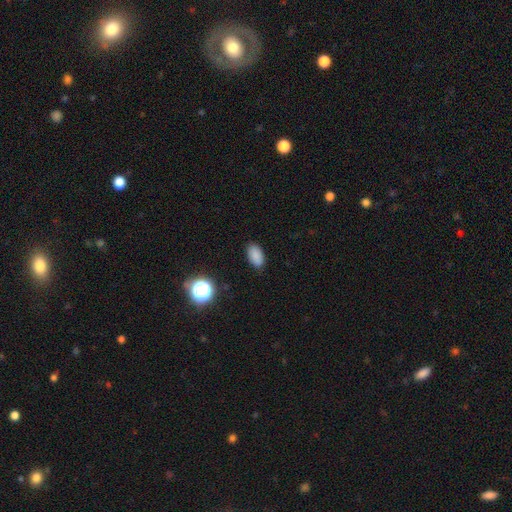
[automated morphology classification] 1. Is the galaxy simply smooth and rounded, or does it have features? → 85% smooth, 11% star or artifact, 4% featured or disk.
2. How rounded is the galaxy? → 92% in between, 6% round, 2% cigar-shaped.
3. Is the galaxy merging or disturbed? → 86% none, 10% minor disturbance, 2% major disturbance, 1% merger.